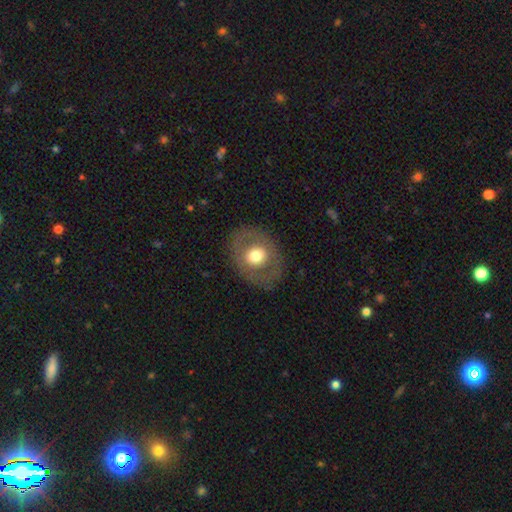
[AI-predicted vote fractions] This appears to be a smooth galaxy with no disk features (55%) that is round (53%). Merging: none (80%).